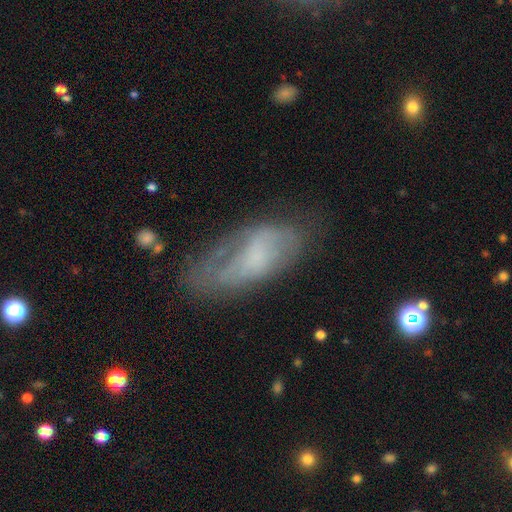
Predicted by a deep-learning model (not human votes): This is possibly a featured or disk galaxy (49%). Merging: possibly none (47%).